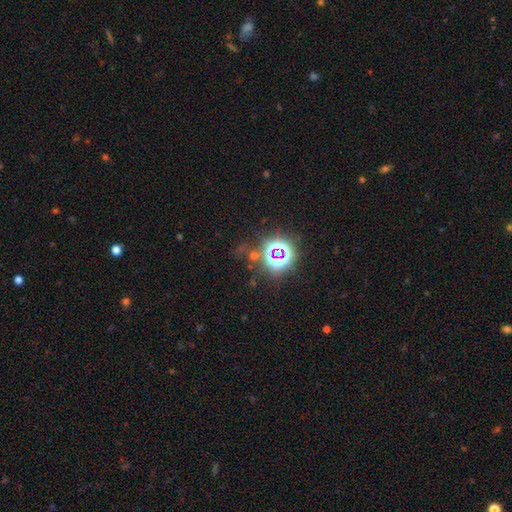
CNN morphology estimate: A star or artifact, not a galaxy (74%).

Vote fractions:
- Smooth or featured? star or artifact: 74% / smooth: 17% / featured or disk: 9%